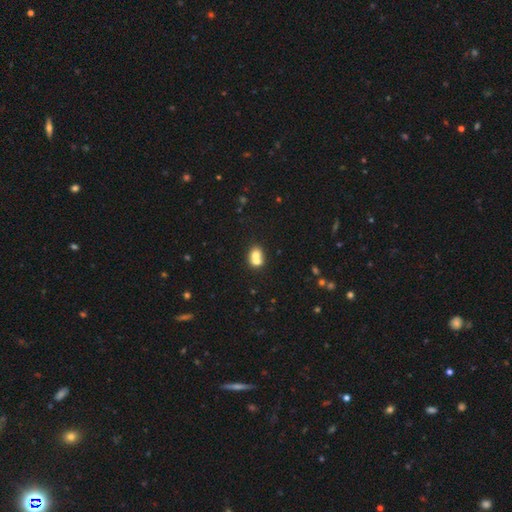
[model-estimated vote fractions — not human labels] smooth 68%, featured or disk 20%, star or artifact 12%. Down the decision tree: how rounded — round (63%); merging — merger (61%).